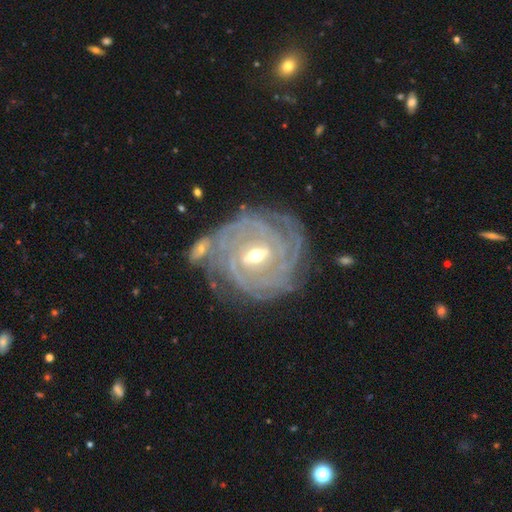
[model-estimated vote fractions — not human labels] smooth_or_featured: featured or disk (p=0.89) [alt: smooth p=0.06]
disk_edge_on: no (p=0.97) [alt: yes p=0.03]
bar: weak (p=0.51) [alt: strong p=0.35]
has_spiral_arms: yes (p=0.95) [alt: no p=0.05]
spiral_winding: tight (p=0.82) [alt: medium p=0.14]
spiral_arm_count: can't tell (p=0.33) [alt: 4 p=0.19]
bulge_size: moderate (p=0.58) [alt: small p=0.37]
merging: none (p=0.63) [alt: minor disturbance p=0.17]